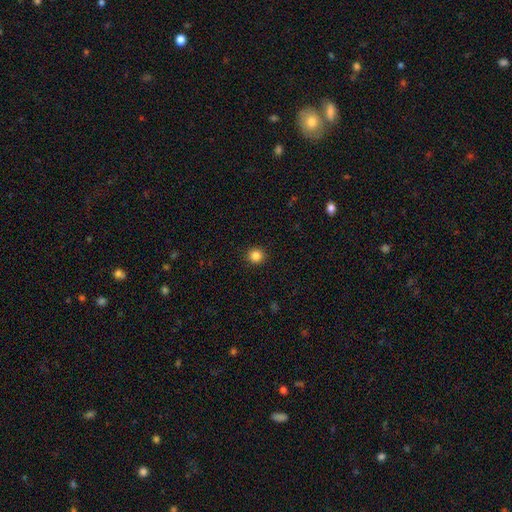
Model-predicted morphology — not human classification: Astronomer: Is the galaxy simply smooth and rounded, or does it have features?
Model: smooth — 85%.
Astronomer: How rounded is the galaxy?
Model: round — 94%.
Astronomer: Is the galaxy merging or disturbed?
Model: none — 92%.